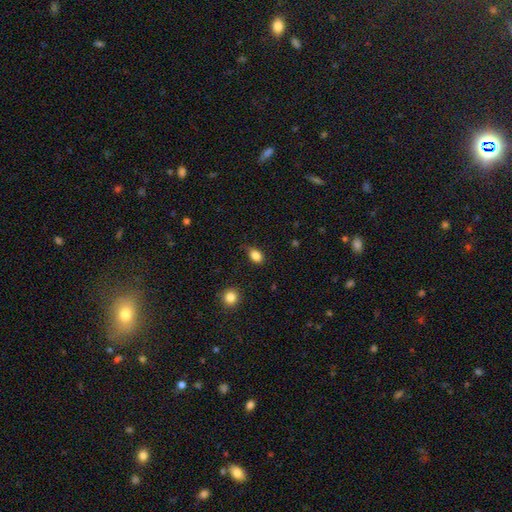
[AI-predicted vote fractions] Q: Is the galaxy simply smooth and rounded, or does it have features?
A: smooth — 85%.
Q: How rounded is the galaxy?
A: in between — 82%.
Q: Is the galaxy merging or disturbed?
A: none — 77%.